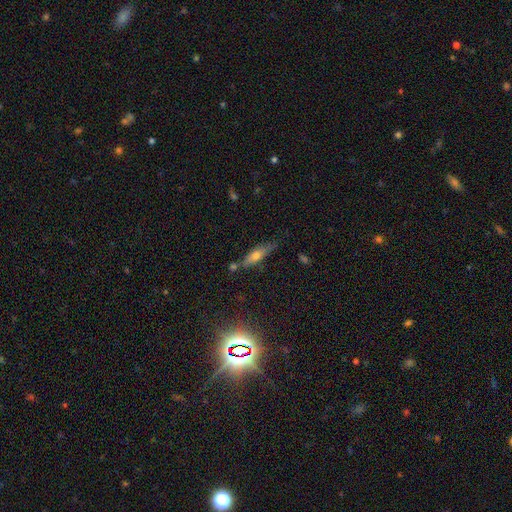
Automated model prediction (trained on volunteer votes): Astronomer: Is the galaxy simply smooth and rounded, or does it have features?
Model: smooth — 51% (runner-up: featured or disk, 38%).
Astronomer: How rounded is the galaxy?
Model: cigar-shaped — 67%.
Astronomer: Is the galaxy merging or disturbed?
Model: none — 68%.